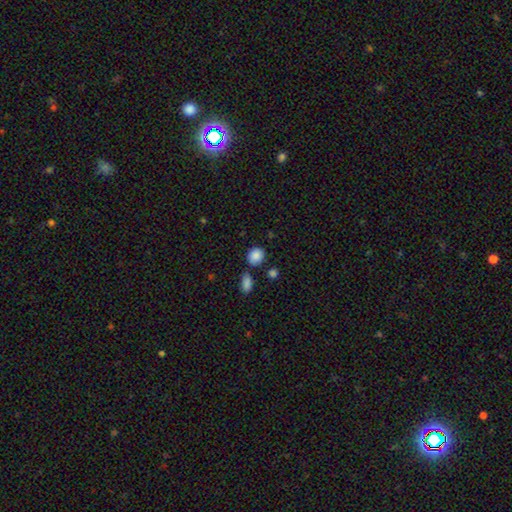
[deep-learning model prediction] Smooth or featured?
  - smooth: 87% *
  - star or artifact: 8%
  - featured or disk: 4%
How rounded?
  - round: 69% *
  - in between: 30%
  - cigar-shaped: 1%
Merging?
  - none: 73% *
  - minor disturbance: 14%
  - merger: 9%
  - major disturbance: 3%